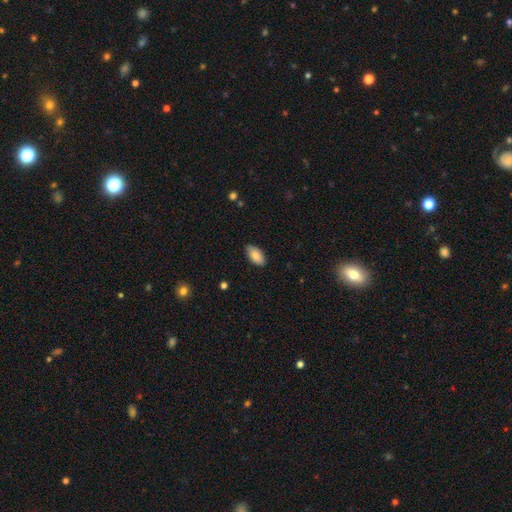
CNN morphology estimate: This appears to be a smooth galaxy with no disk features (82%) that is in between round and cigar-shaped (94%). Merging: none (84%).